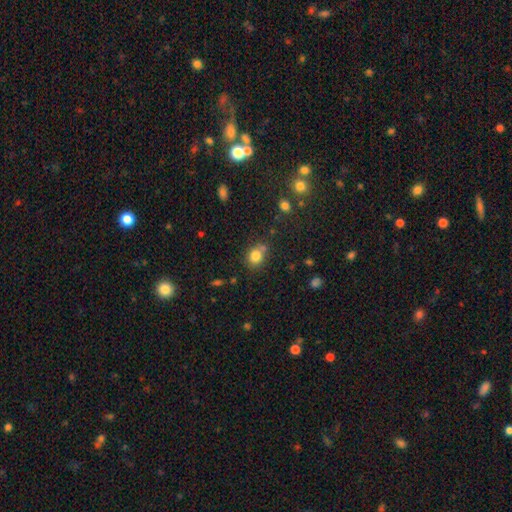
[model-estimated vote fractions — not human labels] Q: Smooth or featured?
A: smooth (80%); runner-up: star or artifact (12%)
Q: How rounded?
A: round (66%); runner-up: in between (33%)
Q: Merging?
A: none (63%); runner-up: merger (18%)